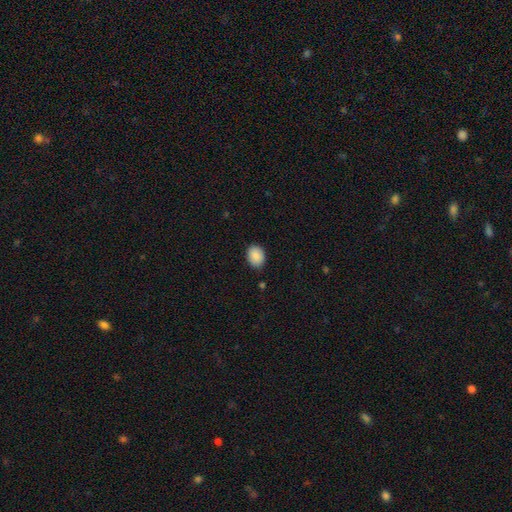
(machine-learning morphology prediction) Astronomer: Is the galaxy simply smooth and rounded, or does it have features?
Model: smooth — 89%.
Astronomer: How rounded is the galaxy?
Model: in between — 65%.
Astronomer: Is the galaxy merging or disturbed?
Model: none — 86%.